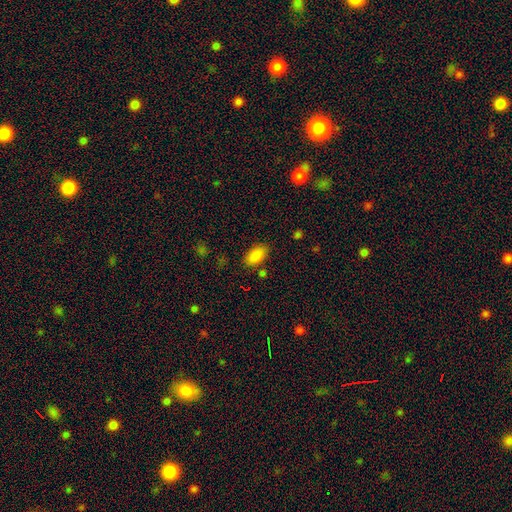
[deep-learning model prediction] Morphology: type=smooth (86%); roundness=in between (93%); merging=none (82%).